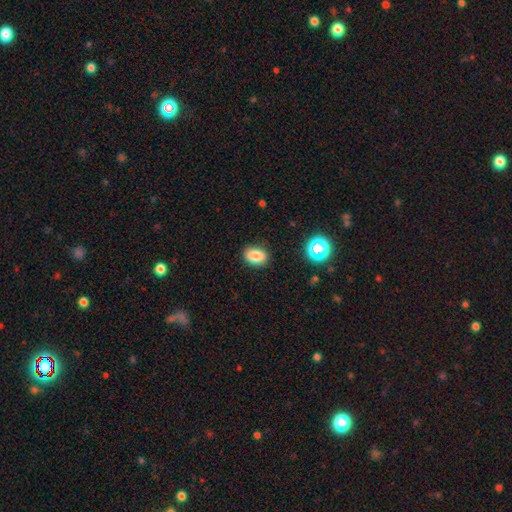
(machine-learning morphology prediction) smooth_or_featured: smooth (p=0.83) [alt: star or artifact p=0.11]
how_rounded: in between (p=0.75) [alt: round p=0.23]
merging: none (p=0.87) [alt: minor disturbance p=0.09]